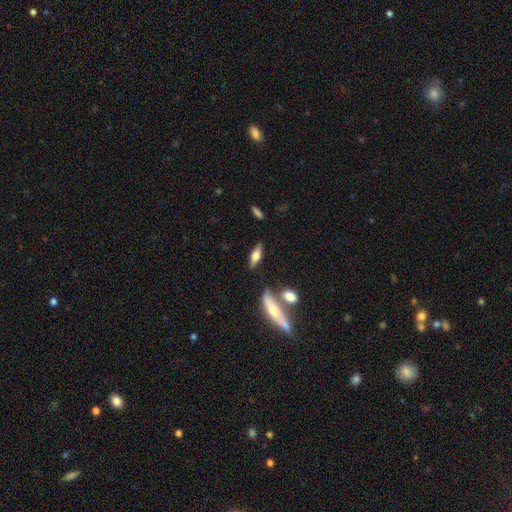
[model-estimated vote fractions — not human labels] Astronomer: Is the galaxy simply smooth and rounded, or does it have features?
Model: featured or disk — 50% (runner-up: smooth, 43%).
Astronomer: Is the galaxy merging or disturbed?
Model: none — 77%.